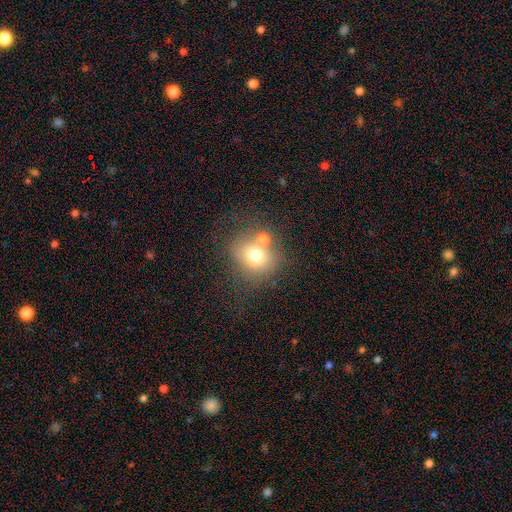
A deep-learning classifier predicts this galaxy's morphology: smooth-or-featured: smooth: 67% | featured or disk: 18% | star or artifact: 14%
  how-rounded: round: 78% | in between: 21% | cigar-shaped: 1%
  merging: none: 52% | merger: 26% | minor disturbance: 14% | major disturbance: 7%